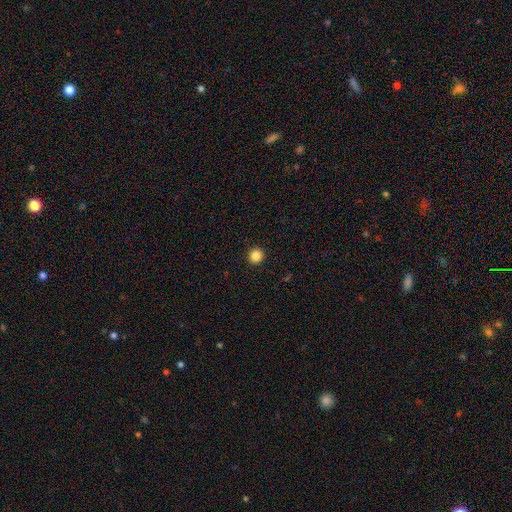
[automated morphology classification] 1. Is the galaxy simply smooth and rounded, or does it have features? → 86% smooth, 11% star or artifact, 3% featured or disk.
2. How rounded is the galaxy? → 92% round, 7% in between, 1% cigar-shaped.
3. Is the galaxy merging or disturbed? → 93% none, 4% minor disturbance, 2% major disturbance, 1% merger.